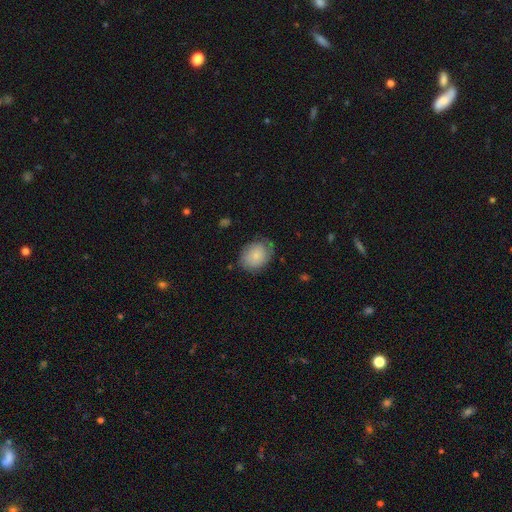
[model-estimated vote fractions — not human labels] This is likely a smooth galaxy (76%). How rounded: likely in between (60%). Merging: likely none (65%).